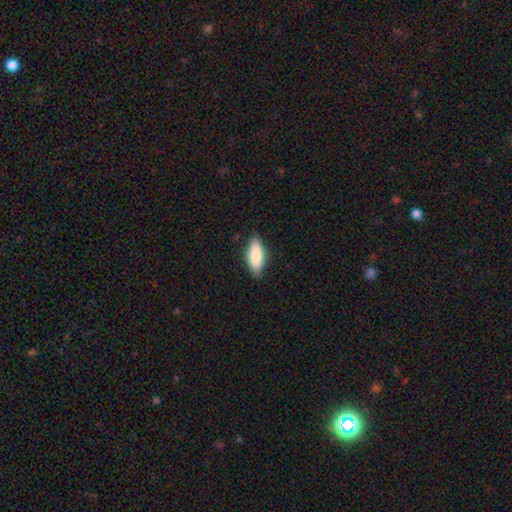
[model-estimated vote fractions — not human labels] The model was most divided on "how rounded": in between: 78%, cigar-shaped: 20%, round: 2%. More confident: merging — none (84%); smooth or featured — smooth (82%).